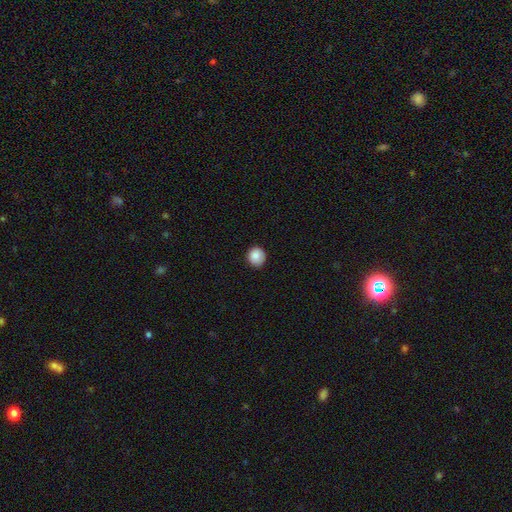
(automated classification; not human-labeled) Smooth or featured? smooth (86%)
How rounded? round (89%)
Merging? none (87%)